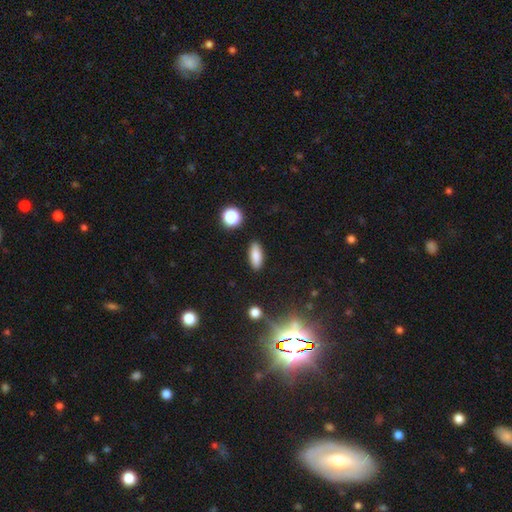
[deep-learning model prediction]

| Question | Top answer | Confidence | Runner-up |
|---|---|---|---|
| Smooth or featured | smooth | 82% | star or artifact (9%) |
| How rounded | in between | 70% | cigar-shaped (26%) |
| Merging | none | 88% | minor disturbance (8%) |